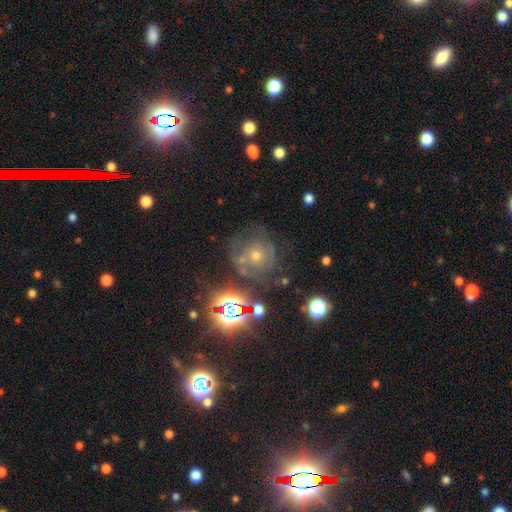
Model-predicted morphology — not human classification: Smooth or featured? featured or disk (48%)
Merging? none (69%)